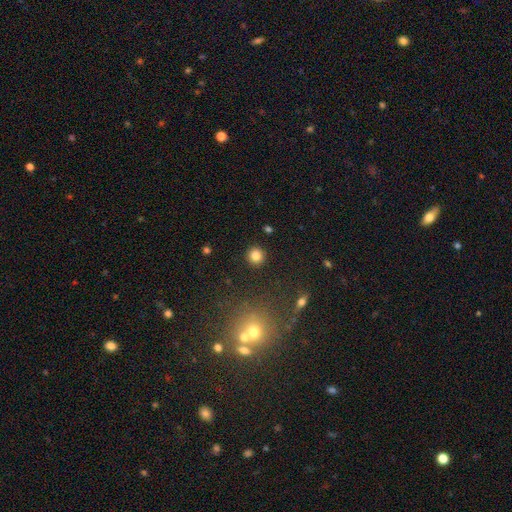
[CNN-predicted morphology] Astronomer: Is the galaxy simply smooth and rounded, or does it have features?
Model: smooth — 83%.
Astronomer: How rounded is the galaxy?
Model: round — 94%.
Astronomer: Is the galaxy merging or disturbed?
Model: none — 92%.